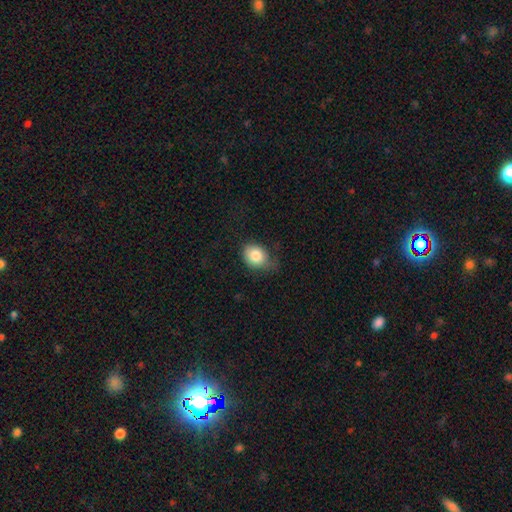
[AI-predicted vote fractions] A smooth galaxy with no disk features (83%) that is round (52%).

Vote fractions:
- Smooth or featured? smooth: 83% / star or artifact: 9% / featured or disk: 8%
- How rounded? round: 52% / in between: 47% / cigar-shaped: 1%
- Merging? none: 54% / minor disturbance: 34% / major disturbance: 10% / merger: 1%